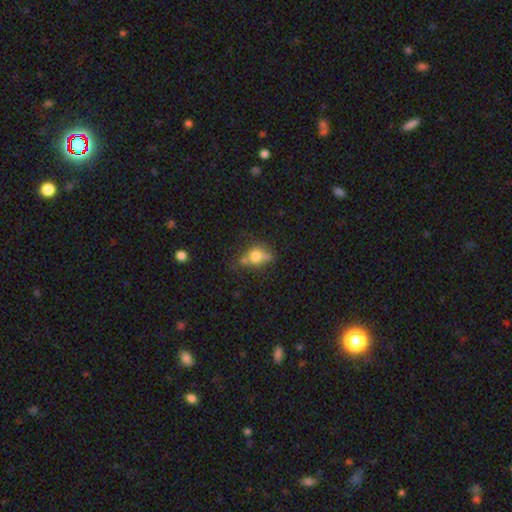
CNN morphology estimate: smooth_or_featured: smooth (p=0.68) [alt: featured or disk p=0.20]
how_rounded: round (p=0.53) [alt: in between p=0.44]
merging: none (p=0.41) [alt: minor disturbance p=0.23]